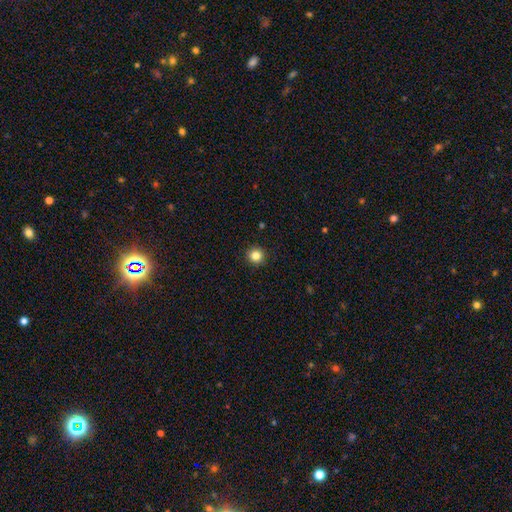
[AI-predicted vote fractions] smooth 84%, star or artifact 11%, featured or disk 5%. Down the decision tree: how rounded — round (94%); merging — none (93%).